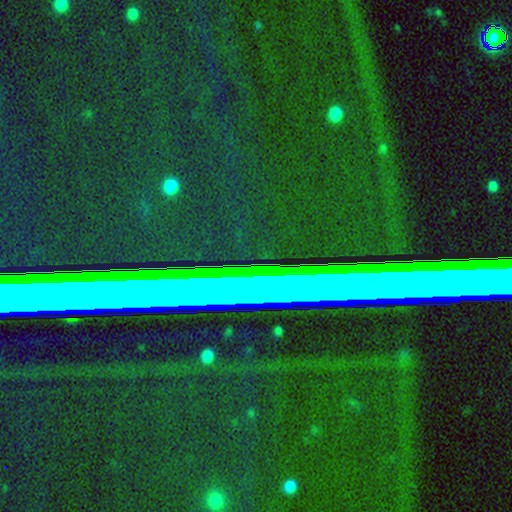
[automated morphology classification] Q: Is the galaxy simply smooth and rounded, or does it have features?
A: star or artifact — 82%.